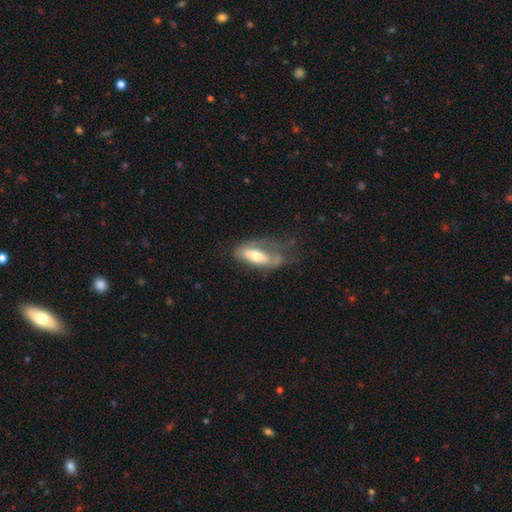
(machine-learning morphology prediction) Overall: smooth (54%; featured or disk 39%). How rounded: in between (74%). Merging: major disturbance (38%; minor disturbance 29%).